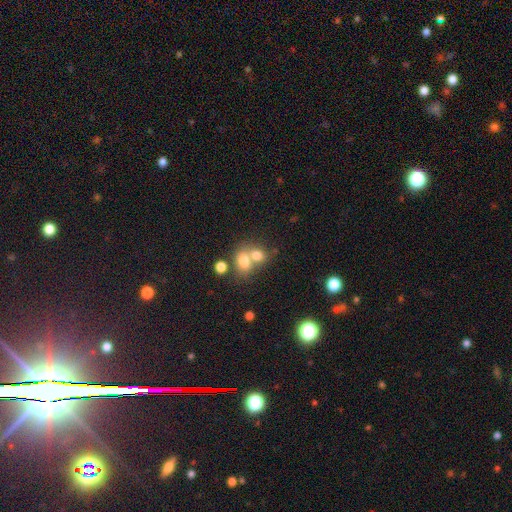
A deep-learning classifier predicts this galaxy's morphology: Smooth or featured? Predicted: smooth (p=0.72). How rounded? Predicted: round (p=0.55). Merging? Predicted: merger (p=0.62).